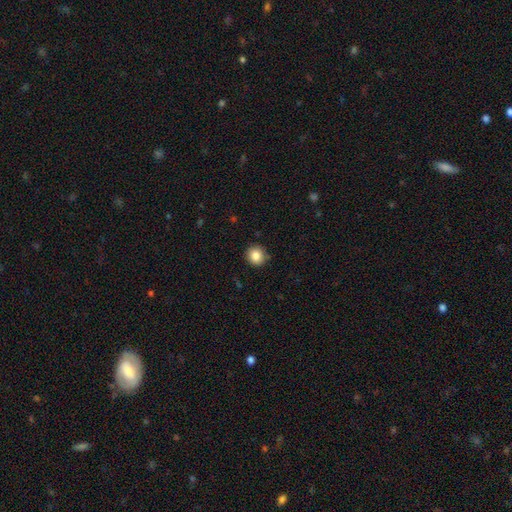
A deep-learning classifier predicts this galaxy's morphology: Smooth or featured? smooth (85%)
How rounded? round (91%)
Merging? none (88%)